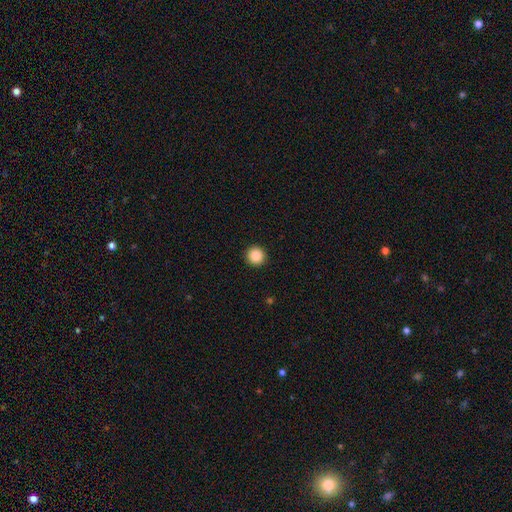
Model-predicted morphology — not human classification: Q: Smooth or featured?
A: smooth (86%); runner-up: star or artifact (10%)
Q: How rounded?
A: round (95%); runner-up: in between (4%)
Q: Merging?
A: none (94%); runner-up: minor disturbance (4%)